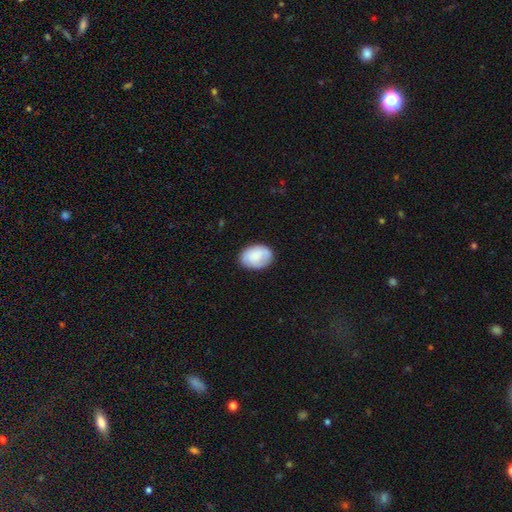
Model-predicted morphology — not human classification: This is likely a smooth galaxy (79%). How rounded: likely in between (76%). Merging: likely none (79%).